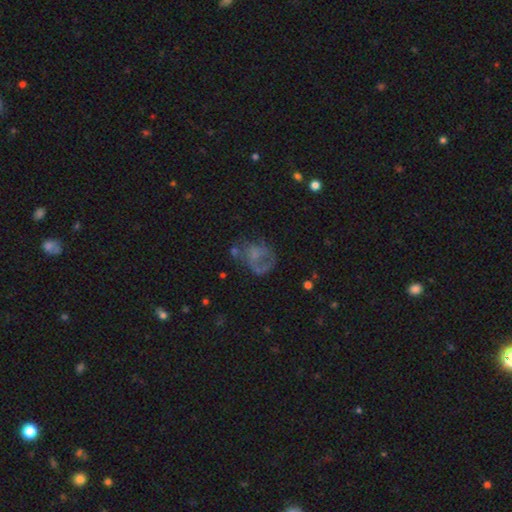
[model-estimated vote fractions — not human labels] Smooth or featured: featured or disk — 48% (smooth — 36%)
Merging: none — 39% (major disturbance — 35%)